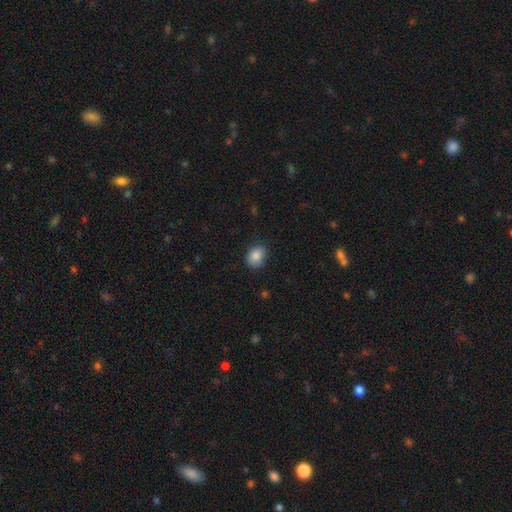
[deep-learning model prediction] Smooth or featured: smooth — 87% (star or artifact — 8%)
How rounded: in between — 64% (round — 35%)
Merging: none — 79% (minor disturbance — 17%)